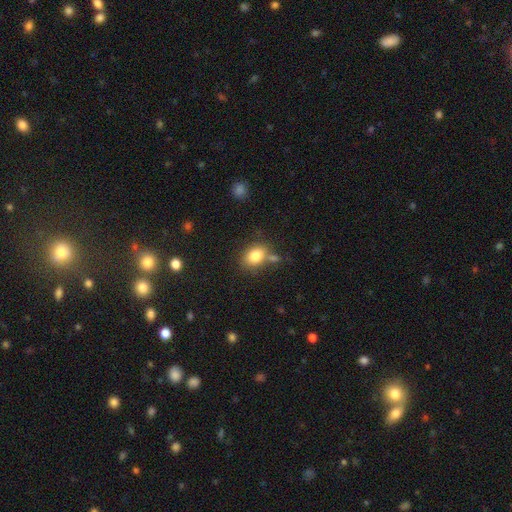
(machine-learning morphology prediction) Smooth or featured?
  - smooth: 82% *
  - star or artifact: 9%
  - featured or disk: 8%
How rounded?
  - in between: 68% *
  - round: 31%
  - cigar-shaped: 1%
Merging?
  - none: 64% *
  - minor disturbance: 16%
  - merger: 15%
  - major disturbance: 5%